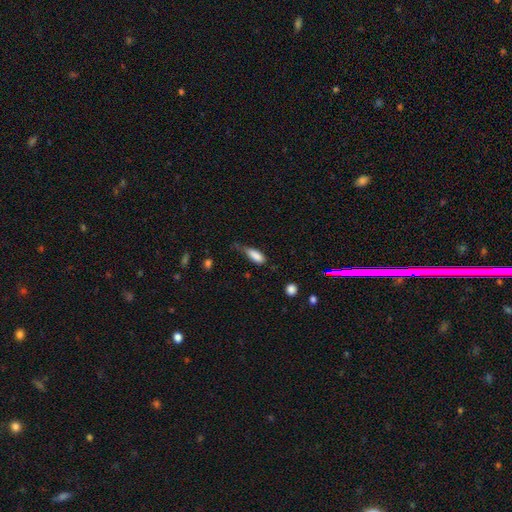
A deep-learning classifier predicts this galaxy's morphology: Smooth or featured? smooth (84%)
How rounded? in between (73%)
Merging? minor disturbance (42%)